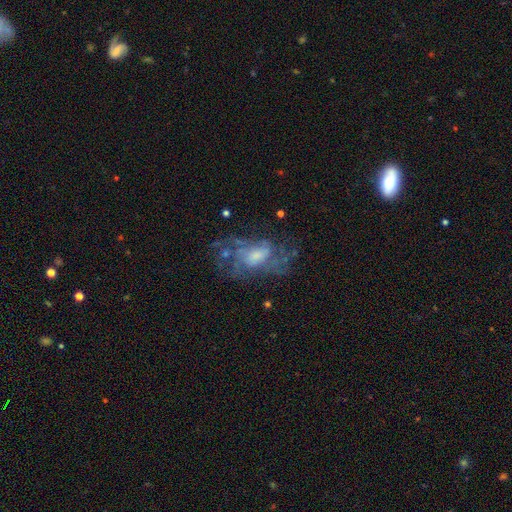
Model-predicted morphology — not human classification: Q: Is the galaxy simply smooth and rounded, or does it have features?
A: featured or disk — 72%.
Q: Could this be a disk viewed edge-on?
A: no — 96%.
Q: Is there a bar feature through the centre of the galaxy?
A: no — 63%.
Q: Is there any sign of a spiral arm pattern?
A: yes — 74%.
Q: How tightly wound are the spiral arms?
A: medium — 42%.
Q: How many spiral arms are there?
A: can't tell — 47%.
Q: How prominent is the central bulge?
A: moderate — 42%.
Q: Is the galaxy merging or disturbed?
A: none — 53%.